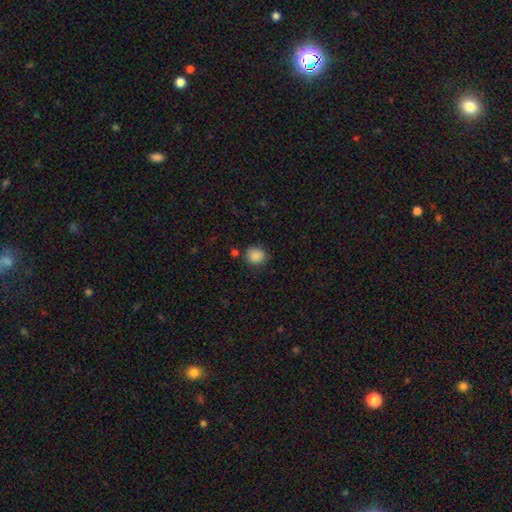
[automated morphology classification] This is clearly a smooth galaxy (87%). How rounded: likely round (76%). Merging: likely none (77%).